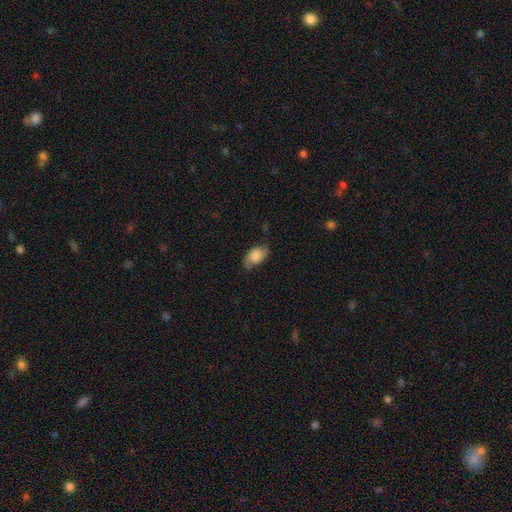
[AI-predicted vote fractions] The model was most divided on "smooth or featured": smooth: 49%, featured or disk: 42%, star or artifact: 9%. More confident: merging — none (68%).